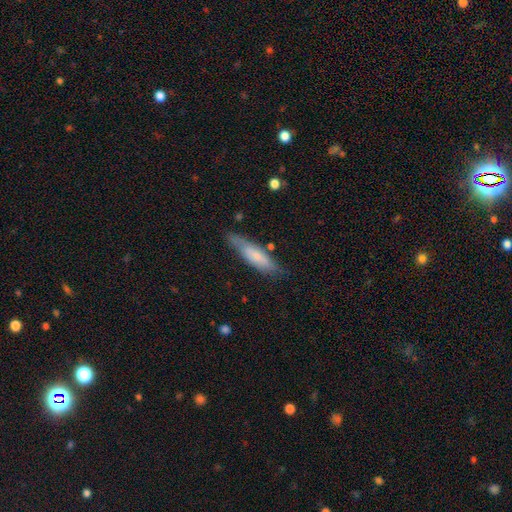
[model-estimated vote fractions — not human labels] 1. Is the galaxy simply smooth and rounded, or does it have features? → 66% smooth, 28% featured or disk, 6% star or artifact.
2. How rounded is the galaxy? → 68% cigar-shaped, 30% in between, 2% round.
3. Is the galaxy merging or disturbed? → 72% none, 21% minor disturbance, 5% major disturbance, 3% merger.